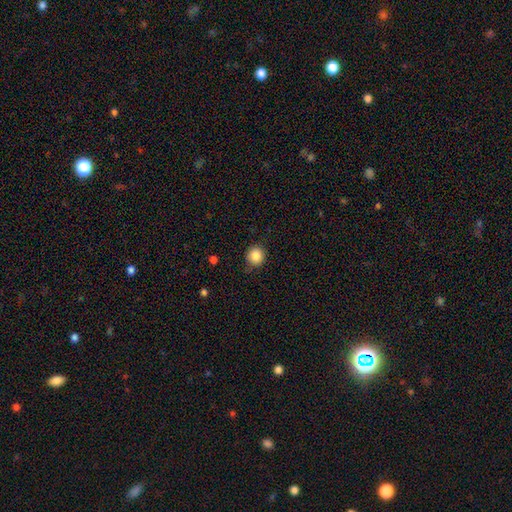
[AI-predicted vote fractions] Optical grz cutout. It shows a smooth galaxy with no disk features (85%) that is round (90%). Merging: none (86%).